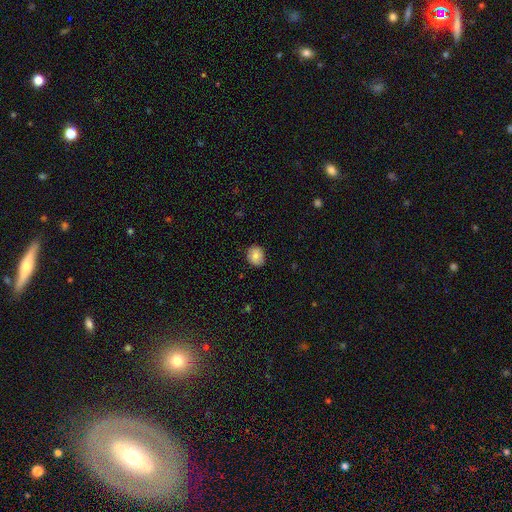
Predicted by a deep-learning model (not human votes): Overall: smooth (81%). How rounded: round (71%). Merging: none (85%).